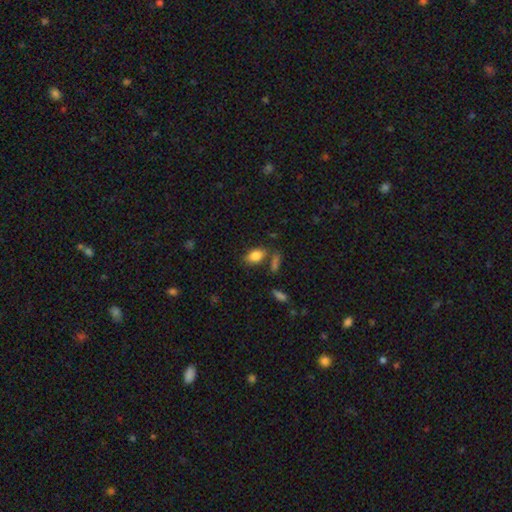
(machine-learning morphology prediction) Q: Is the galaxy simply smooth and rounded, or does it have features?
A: smooth — 81%.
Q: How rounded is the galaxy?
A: in between — 87%.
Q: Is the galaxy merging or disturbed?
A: none — 70%.